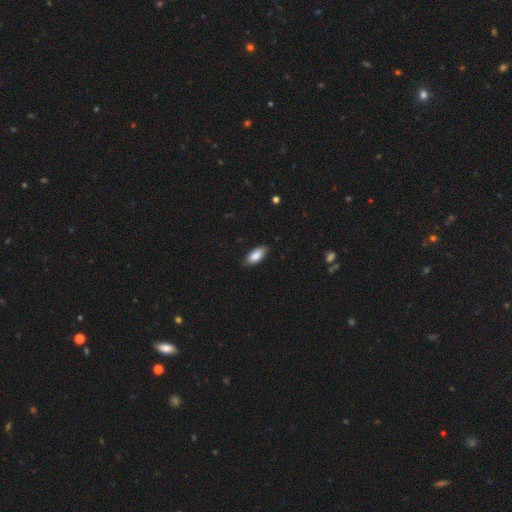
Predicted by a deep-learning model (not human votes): Q: Smooth or featured?
A: smooth (86%); runner-up: featured or disk (7%)
Q: How rounded?
A: in between (88%); runner-up: cigar-shaped (10%)
Q: Merging?
A: none (84%); runner-up: minor disturbance (13%)